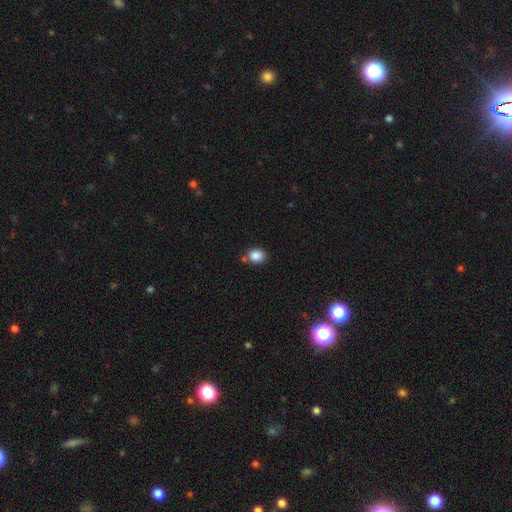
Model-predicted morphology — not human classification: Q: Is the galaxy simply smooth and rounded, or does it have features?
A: smooth — 86%.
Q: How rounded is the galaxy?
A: round — 65%.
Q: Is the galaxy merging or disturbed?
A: none — 72%.